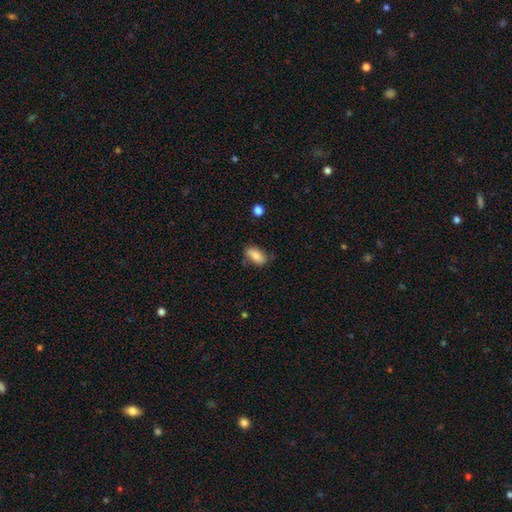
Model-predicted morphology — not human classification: Smooth or featured?
  - smooth: 83% *
  - featured or disk: 9%
  - star or artifact: 7%
How rounded?
  - in between: 88% *
  - cigar-shaped: 8%
  - round: 4%
Merging?
  - none: 72% *
  - minor disturbance: 20%
  - major disturbance: 5%
  - merger: 4%